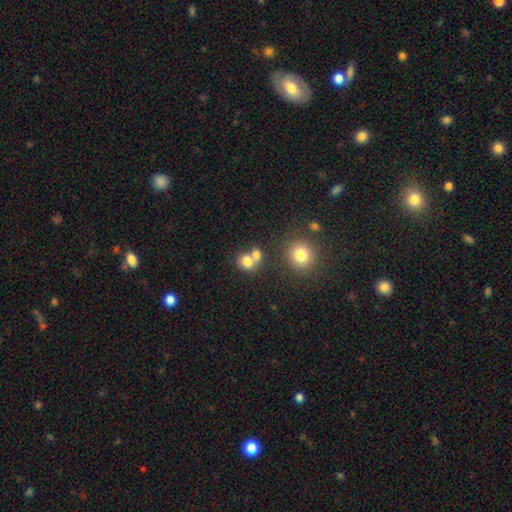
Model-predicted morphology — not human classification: Q: Smooth or featured?
A: smooth (77%); runner-up: star or artifact (12%)
Q: How rounded?
A: round (71%); runner-up: in between (28%)
Q: Merging?
A: merger (48%); runner-up: none (40%)